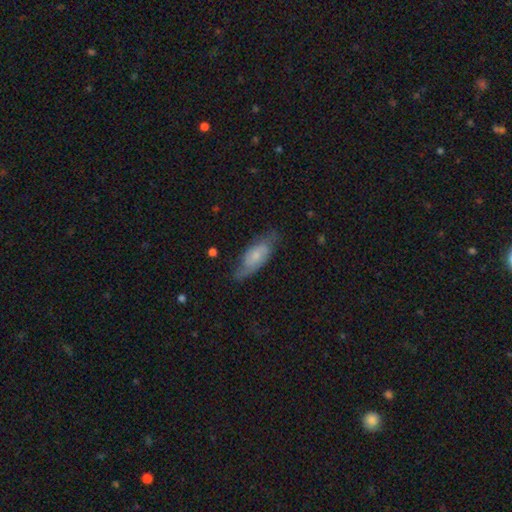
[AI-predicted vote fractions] The model was most divided on "smooth or featured": featured or disk: 47%, smooth: 46%, star or artifact: 7%. More confident: merging — none (64%).